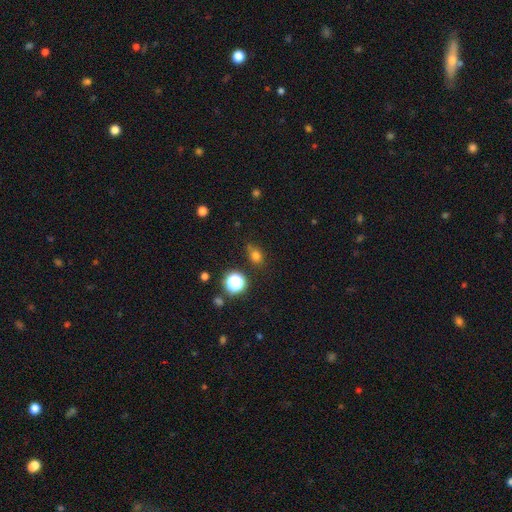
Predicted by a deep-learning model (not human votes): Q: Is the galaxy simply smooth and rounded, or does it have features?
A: smooth — 73%.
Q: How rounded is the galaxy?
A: round — 60%.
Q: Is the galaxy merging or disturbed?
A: none — 75%.